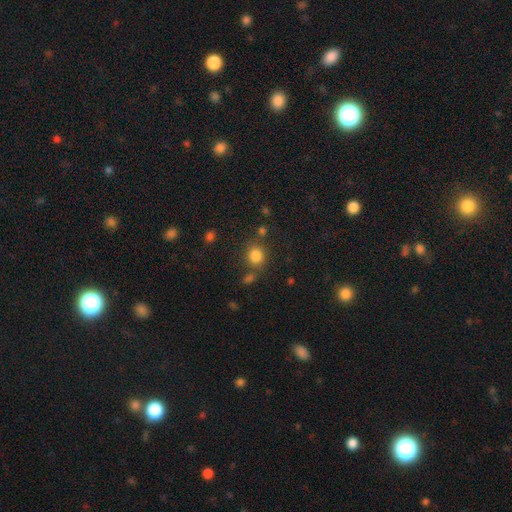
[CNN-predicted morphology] Q: Smooth or featured?
A: smooth (83%); runner-up: star or artifact (12%)
Q: How rounded?
A: round (79%); runner-up: in between (20%)
Q: Merging?
A: none (72%); runner-up: merger (11%)